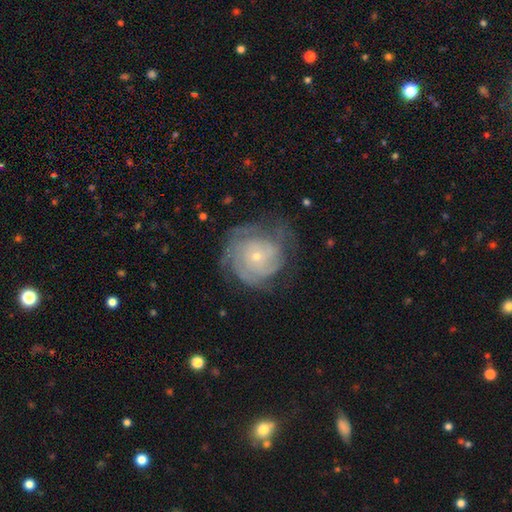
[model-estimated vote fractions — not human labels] smooth_or_featured: featured or disk (p=0.78) [alt: smooth p=0.16]
disk_edge_on: no (p=0.97) [alt: yes p=0.03]
bar: no (p=0.80) [alt: weak p=0.17]
has_spiral_arms: yes (p=0.89) [alt: no p=0.11]
spiral_winding: tight (p=0.73) [alt: medium p=0.21]
spiral_arm_count: can't tell (p=0.43) [alt: 3 p=0.18]
bulge_size: small (p=0.76) [alt: moderate p=0.21]
merging: none (p=0.63) [alt: minor disturbance p=0.21]